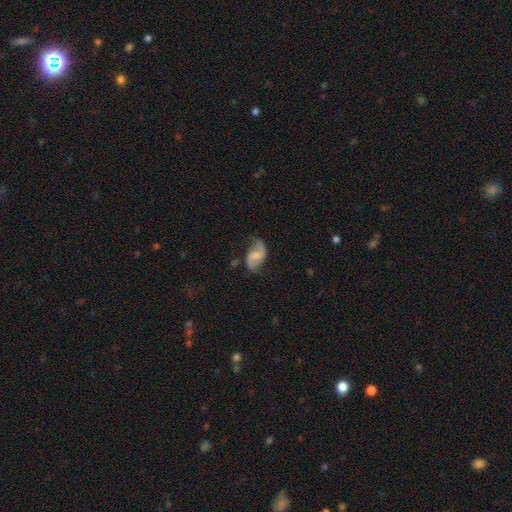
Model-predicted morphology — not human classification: Q: Smooth or featured?
A: featured or disk (67%); runner-up: smooth (26%)
Q: Edge-on disk?
A: no (97%); runner-up: yes (3%)
Q: Bar?
A: weak (47%); runner-up: no (37%)
Q: Spiral arms?
A: yes (91%); runner-up: no (9%)
Q: Spiral winding?
A: loose (63%); runner-up: medium (28%)
Q: Spiral arm count?
A: 2 (90%); runner-up: can't tell (4%)
Q: Bulge size?
A: small (41%); runner-up: moderate (34%)
Q: Merging?
A: none (66%); runner-up: minor disturbance (23%)